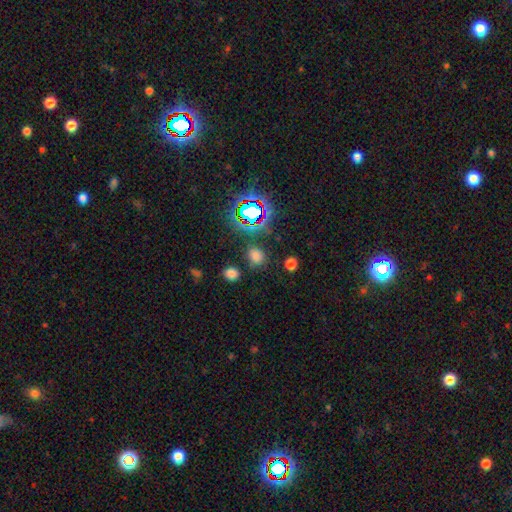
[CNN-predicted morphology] Overall: smooth (65%; star or artifact 29%). How rounded: round (67%; in between 31%). Merging: none (78%).